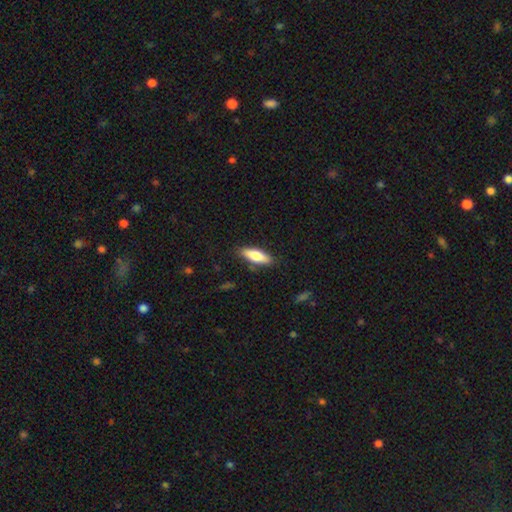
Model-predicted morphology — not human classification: Smooth or featured?
  - smooth: 75% *
  - featured or disk: 19%
  - star or artifact: 6%
How rounded?
  - in between: 55% *
  - cigar-shaped: 43%
  - round: 2%
Merging?
  - none: 84% *
  - minor disturbance: 11%
  - major disturbance: 2%
  - merger: 2%